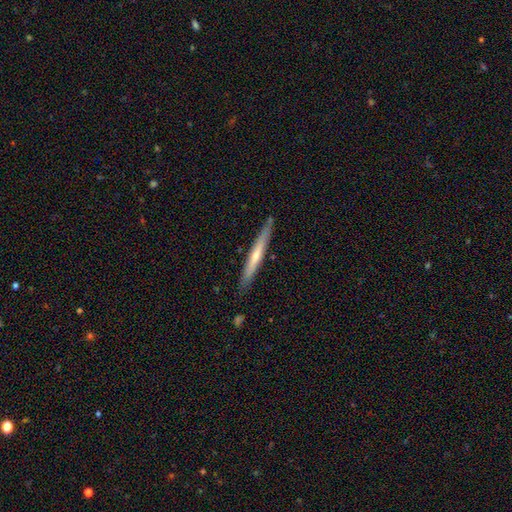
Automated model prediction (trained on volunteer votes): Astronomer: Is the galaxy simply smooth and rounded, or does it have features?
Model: featured or disk — 52% (runner-up: smooth, 42%).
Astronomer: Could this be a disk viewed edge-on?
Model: yes — 95%.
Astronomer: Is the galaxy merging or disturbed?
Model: none — 88%.